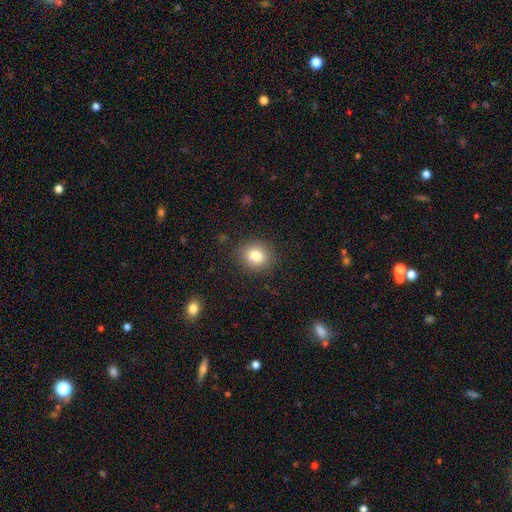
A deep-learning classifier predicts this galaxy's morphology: smooth_or_featured: smooth (p=0.81) [alt: star or artifact p=0.10]
how_rounded: round (p=0.71) [alt: in between p=0.28]
merging: none (p=0.87) [alt: minor disturbance p=0.09]